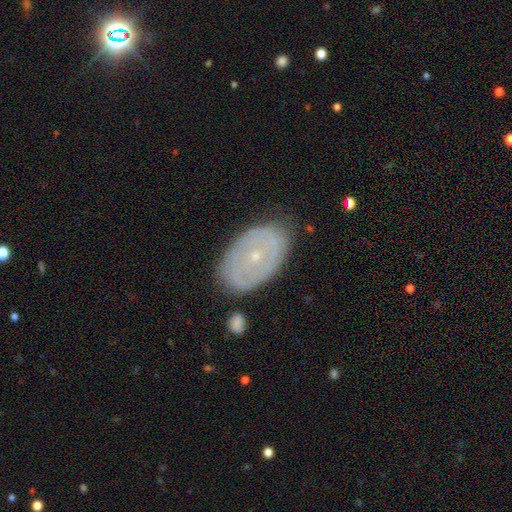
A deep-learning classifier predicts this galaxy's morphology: This is possibly a featured or disk galaxy (58%). It is clearly not viewed edge-on (91%). Bar: clearly no (87%). Spiral arm pattern: likely no (69%). Central bulge: likely small (79%). Merging: clearly none (81%).